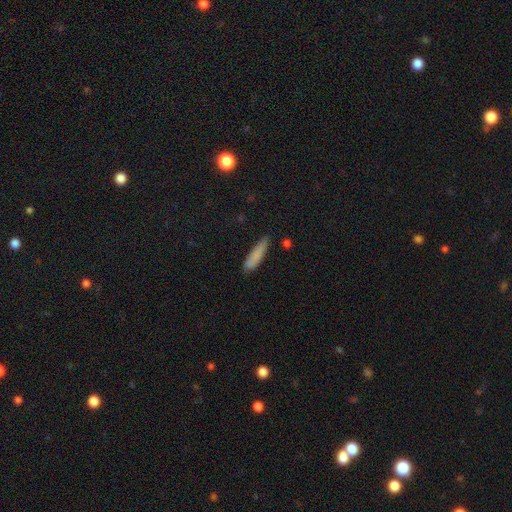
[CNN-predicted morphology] A smooth galaxy with no disk features (83%) that is cigar-shaped (78%). Merging: none (74%).